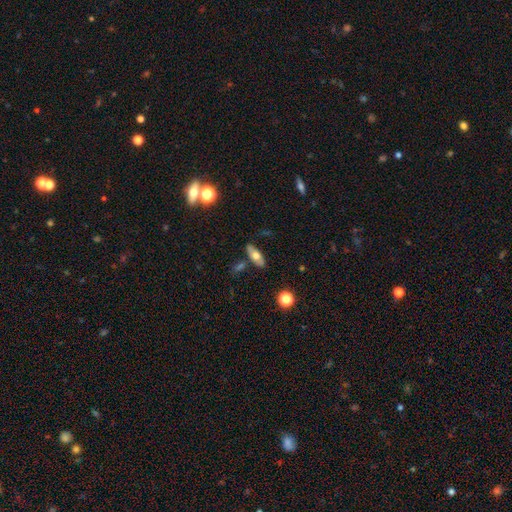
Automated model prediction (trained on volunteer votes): Smooth or featured: smooth — 61% (featured or disk — 31%)
How rounded: in between — 80% (cigar-shaped — 16%)
Merging: none — 77% (minor disturbance — 14%)